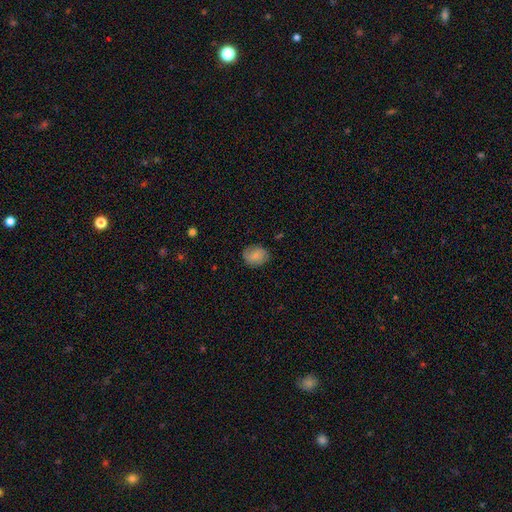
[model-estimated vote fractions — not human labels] Overall: smooth (74%). How rounded: round (54%; in between 45%). Merging: none (79%).